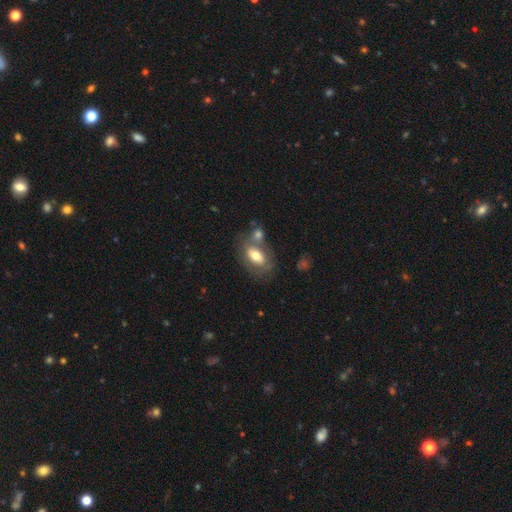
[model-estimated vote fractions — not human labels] smooth-or-featured: smooth: 64% | featured or disk: 29% | star or artifact: 7%
  how-rounded: in between: 88% | round: 8% | cigar-shaped: 4%
  merging: none: 44% | merger: 35% | minor disturbance: 14% | major disturbance: 7%